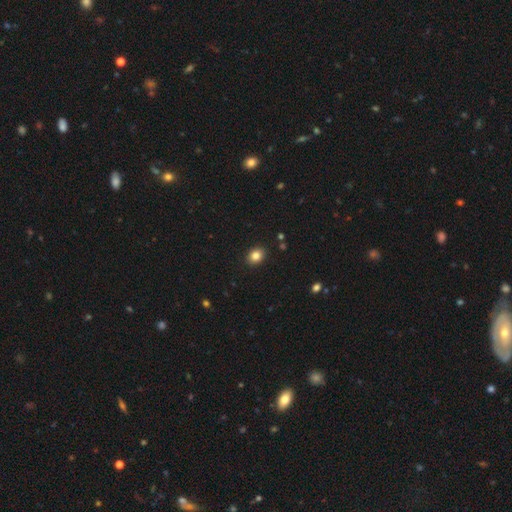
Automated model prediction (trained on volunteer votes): Smooth or featured? smooth (84%)
How rounded? in between (54%)
Merging? none (90%)